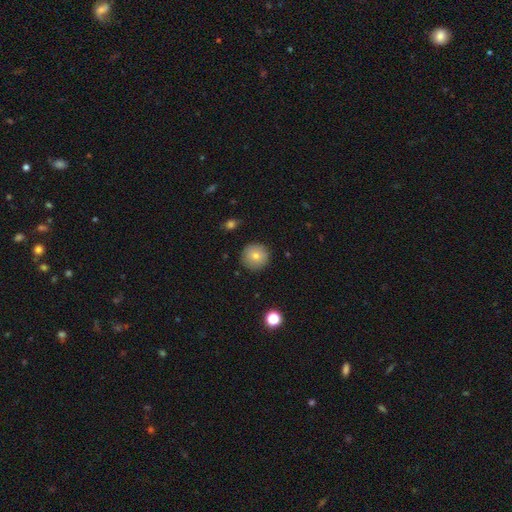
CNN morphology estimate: Overall: smooth (78%). How rounded: round (95%). Merging: none (89%).